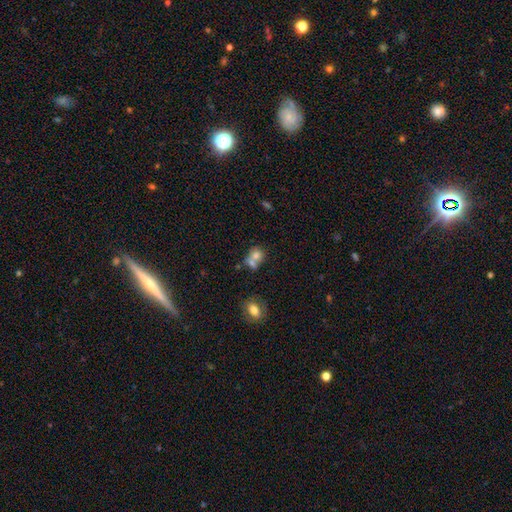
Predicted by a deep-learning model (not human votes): smooth-or-featured: smooth: 72% | featured or disk: 17% | star or artifact: 11%
  how-rounded: round: 67% | in between: 32% | cigar-shaped: 1%
  merging: merger: 53% | none: 32% | minor disturbance: 9% | major disturbance: 5%